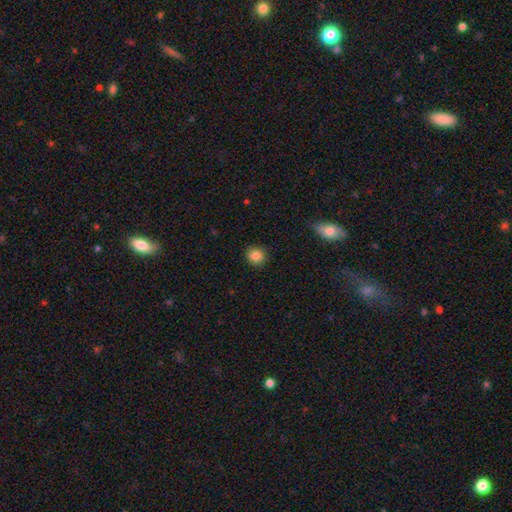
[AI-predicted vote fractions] A smooth galaxy with no disk features (86%) that is round (86%). Merging: none (89%).